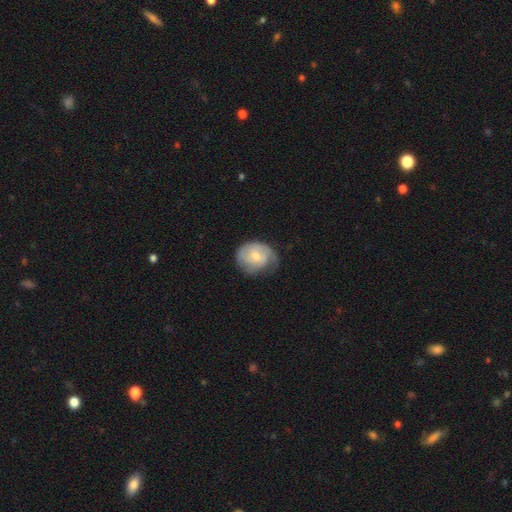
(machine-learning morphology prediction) Smooth or featured: smooth — 50% (featured or disk — 44%)
Merging: none — 45% (minor disturbance — 34%)